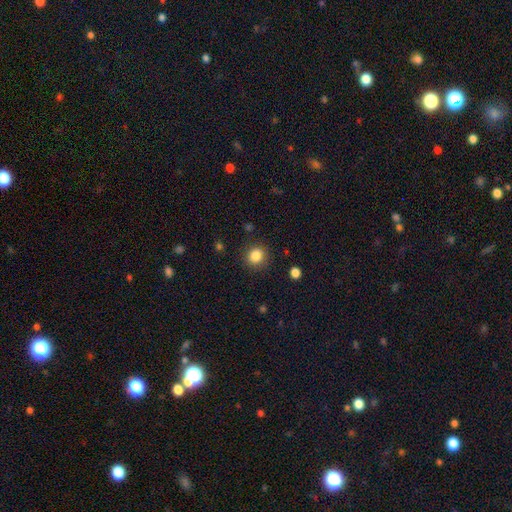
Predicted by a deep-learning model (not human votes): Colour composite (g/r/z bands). It shows a smooth galaxy with no disk features (85%) that is round (86%). Merging: none (88%).